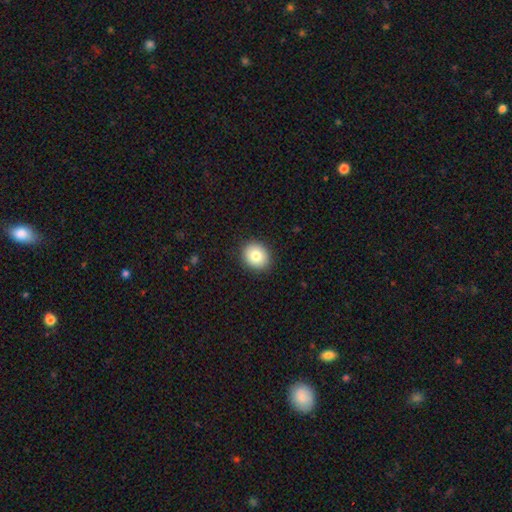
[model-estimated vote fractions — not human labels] Smooth or featured?
  - smooth: 82% *
  - featured or disk: 9%
  - star or artifact: 9%
How rounded?
  - round: 76% *
  - in between: 24%
  - cigar-shaped: 1%
Merging?
  - none: 90% *
  - minor disturbance: 7%
  - major disturbance: 2%
  - merger: 1%